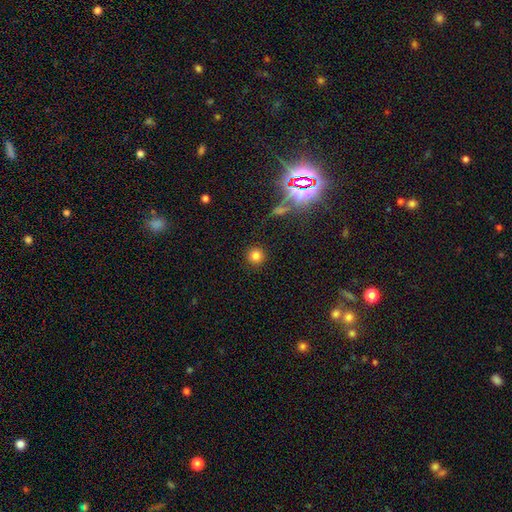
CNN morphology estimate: A smooth galaxy with no disk features (79%) that is round (94%).

Vote fractions:
- Smooth or featured? smooth: 79% / star or artifact: 15% / featured or disk: 6%
- How rounded? round: 94% / in between: 5% / cigar-shaped: 1%
- Merging? none: 89% / minor disturbance: 6% / major disturbance: 3% / merger: 2%